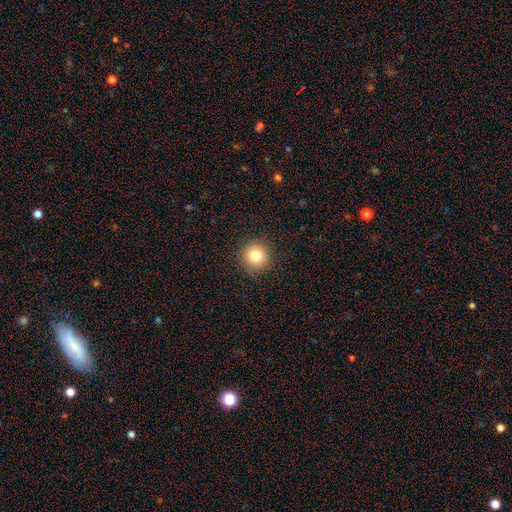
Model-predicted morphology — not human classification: smooth_or_featured: smooth (p=0.81) [alt: star or artifact p=0.11]
how_rounded: round (p=0.94) [alt: in between p=0.05]
merging: none (p=0.90) [alt: minor disturbance p=0.07]